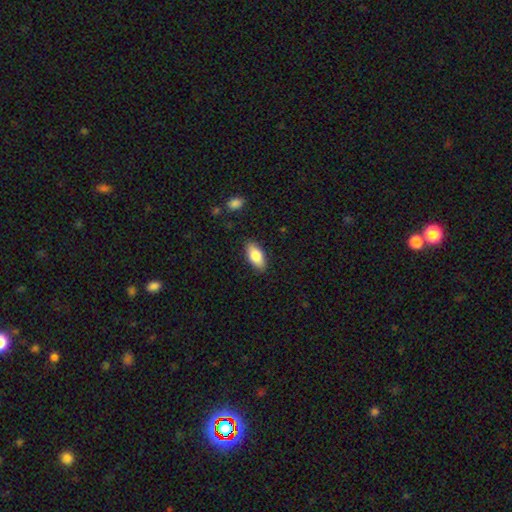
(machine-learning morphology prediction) smooth-or-featured: smooth: 80% | featured or disk: 14% | star or artifact: 7%
  how-rounded: in between: 88% | cigar-shaped: 10% | round: 3%
  merging: none: 87% | minor disturbance: 10% | major disturbance: 2% | merger: 1%